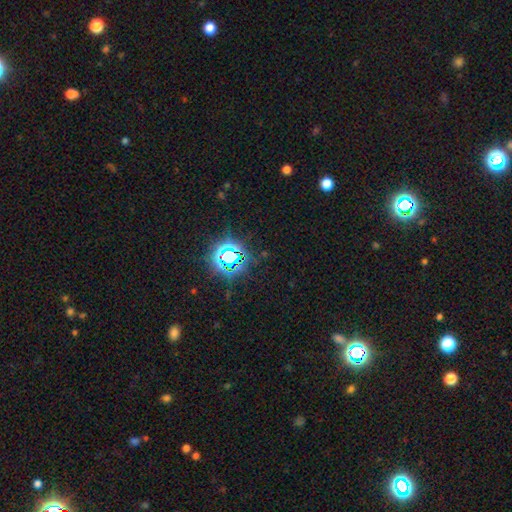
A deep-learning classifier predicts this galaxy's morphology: smooth-or-featured: star or artifact: 79% | smooth: 14% | featured or disk: 7%